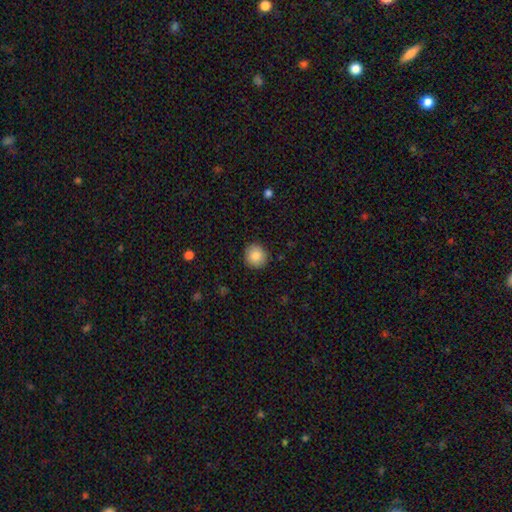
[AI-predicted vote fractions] Overall: smooth (85%). How rounded: round (91%). Merging: none (91%).